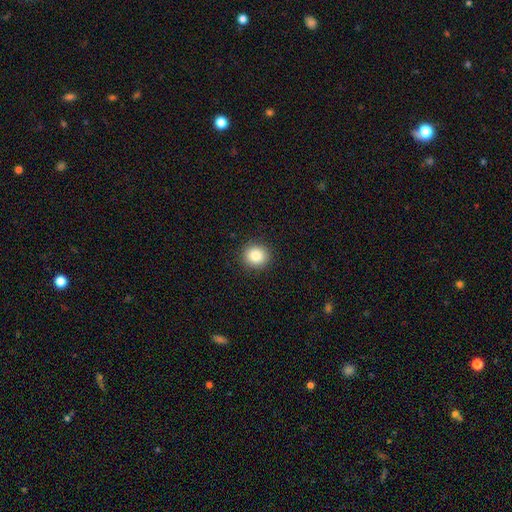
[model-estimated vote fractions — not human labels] smooth_or_featured: smooth (p=0.85) [alt: star or artifact p=0.09]
how_rounded: round (p=0.87) [alt: in between p=0.12]
merging: none (p=0.92) [alt: minor disturbance p=0.05]